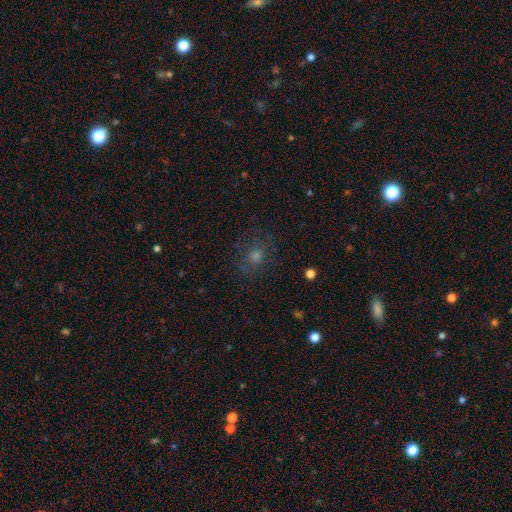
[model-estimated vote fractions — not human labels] smooth-or-featured: smooth: 54% | star or artifact: 27% | featured or disk: 19%
  how-rounded: round: 70% | in between: 29% | cigar-shaped: 1%
  merging: none: 78% | minor disturbance: 13% | major disturbance: 7% | merger: 1%